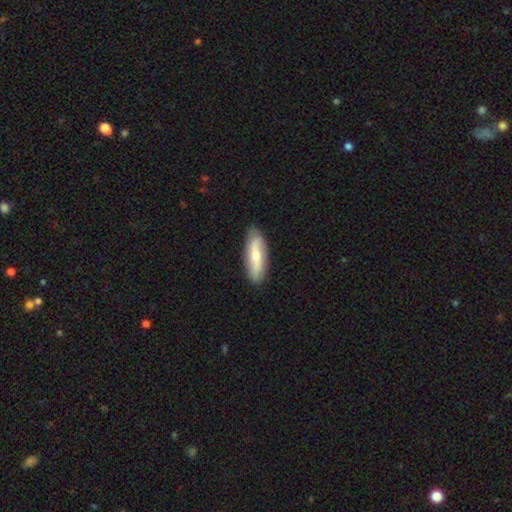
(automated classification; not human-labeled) Smooth or featured: smooth — 48% (featured or disk — 47%)
Merging: none — 87% (minor disturbance — 10%)